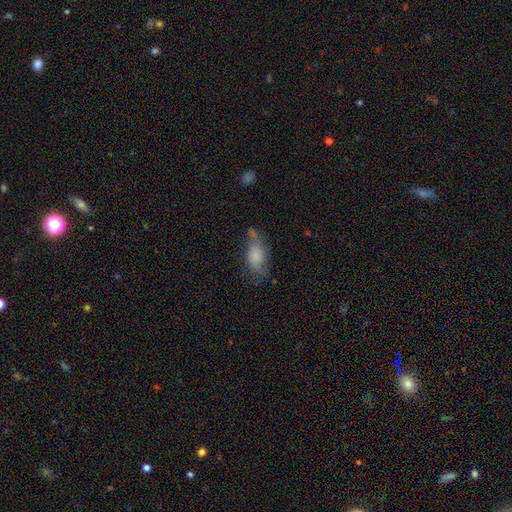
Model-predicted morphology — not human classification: Smooth or featured? Predicted: smooth (p=0.68). How rounded? Predicted: in between (p=0.85). Merging? Predicted: none (p=0.40).